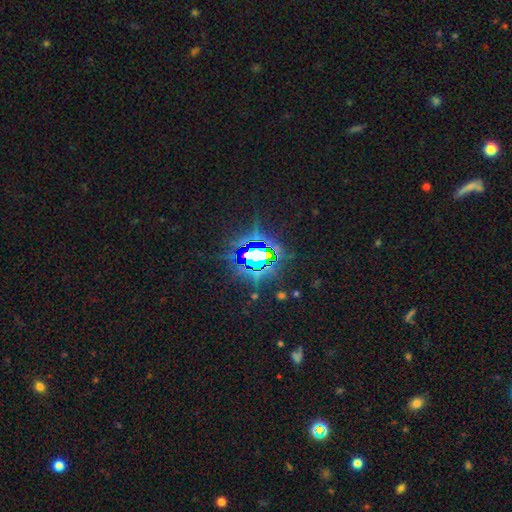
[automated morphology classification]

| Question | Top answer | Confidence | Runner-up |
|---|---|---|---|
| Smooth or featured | star or artifact | 82% | featured or disk (10%) |